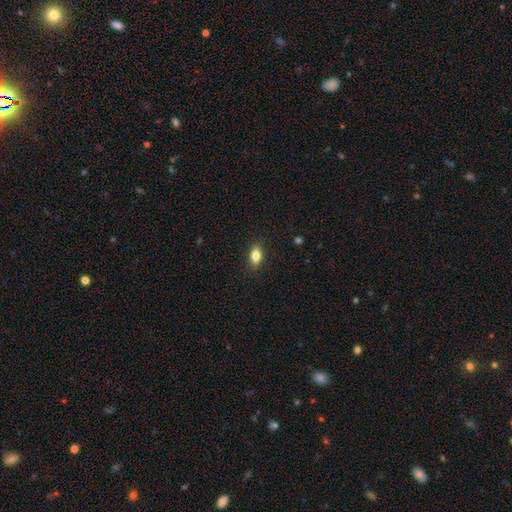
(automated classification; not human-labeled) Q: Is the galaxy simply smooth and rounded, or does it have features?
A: smooth — 80%.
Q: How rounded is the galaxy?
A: in between — 82%.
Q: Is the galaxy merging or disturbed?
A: none — 88%.